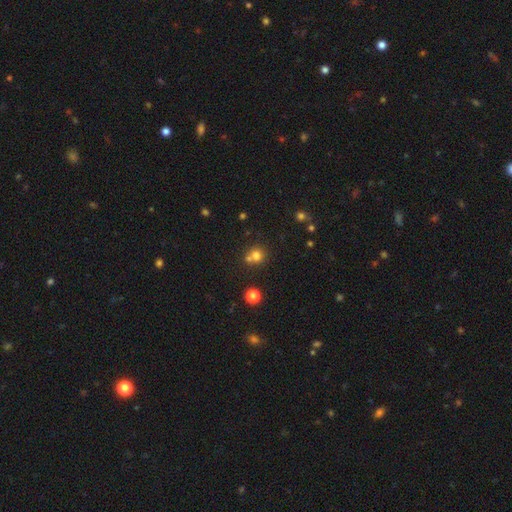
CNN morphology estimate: Smooth or featured: smooth — 74% (star or artifact — 16%)
How rounded: round — 88% (in between — 11%)
Merging: none — 55% (merger — 35%)